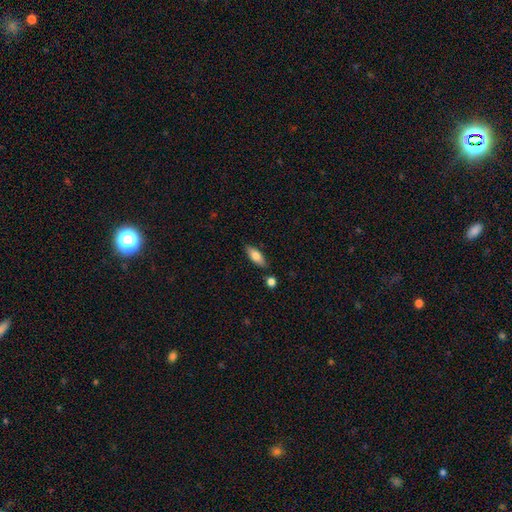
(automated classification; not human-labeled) Overall: smooth (76%). How rounded: in between (73%). Merging: none (80%).